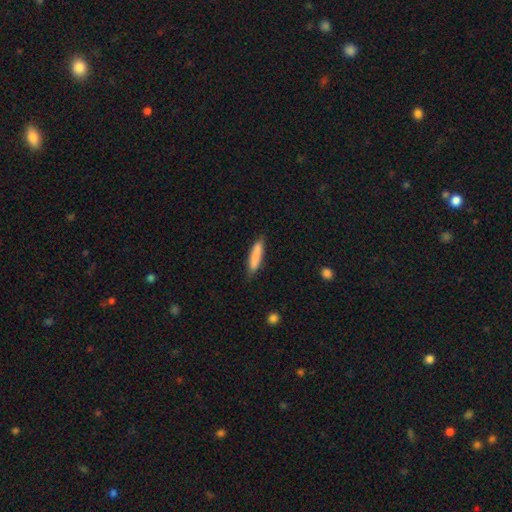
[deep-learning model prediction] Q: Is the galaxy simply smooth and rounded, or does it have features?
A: smooth — 84%.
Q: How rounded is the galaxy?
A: cigar-shaped — 82%.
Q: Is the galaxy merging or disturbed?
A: none — 79%.